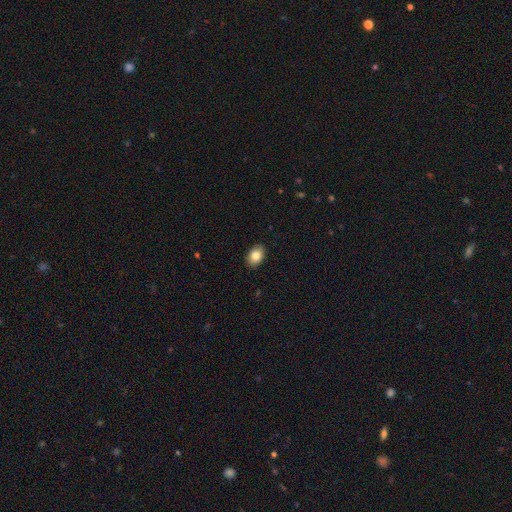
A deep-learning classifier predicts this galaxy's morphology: smooth-or-featured: smooth: 83% | featured or disk: 9% | star or artifact: 8%
  how-rounded: in between: 84% | round: 15% | cigar-shaped: 1%
  merging: none: 89% | minor disturbance: 8% | major disturbance: 2% | merger: 1%